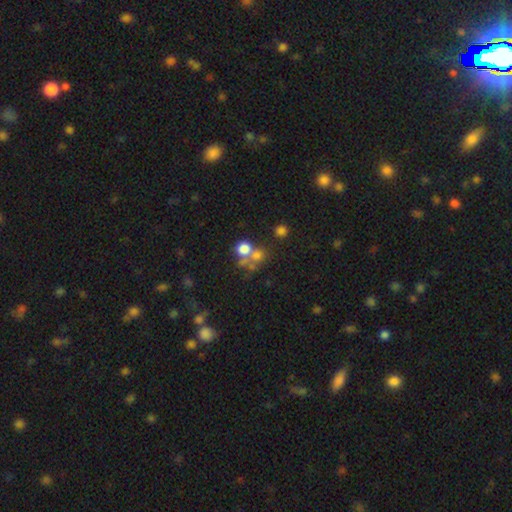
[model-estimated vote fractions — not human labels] This appears to be a smooth galaxy with no disk features (62%) that is round (83%). Merging: none (44%).